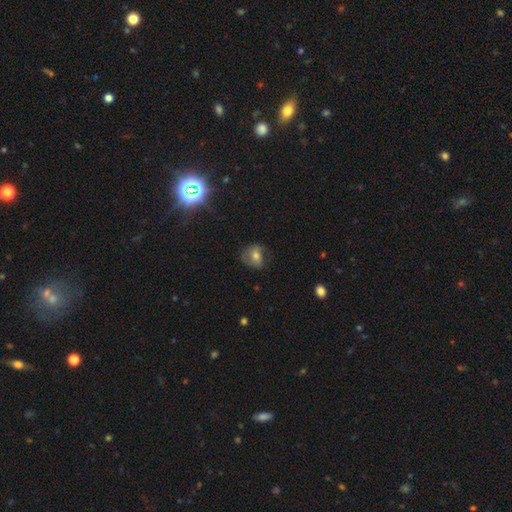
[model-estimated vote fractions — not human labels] Smooth or featured? smooth (54%)
How rounded? round (55%)
Merging? none (60%)